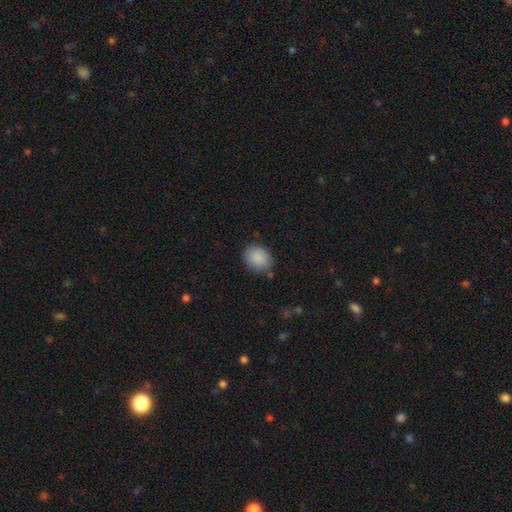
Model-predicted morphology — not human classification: Smooth or featured?
  - smooth: 88% *
  - star or artifact: 7%
  - featured or disk: 4%
How rounded?
  - in between: 53% *
  - round: 46%
  - cigar-shaped: 1%
Merging?
  - none: 80% *
  - minor disturbance: 14%
  - major disturbance: 3%
  - merger: 3%